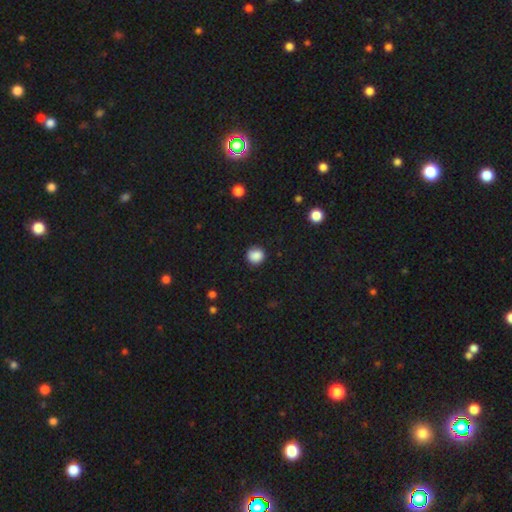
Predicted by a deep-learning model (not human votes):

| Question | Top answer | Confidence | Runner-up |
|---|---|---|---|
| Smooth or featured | smooth | 87% | star or artifact (10%) |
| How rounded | round | 89% | in between (10%) |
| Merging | none | 87% | minor disturbance (9%) |